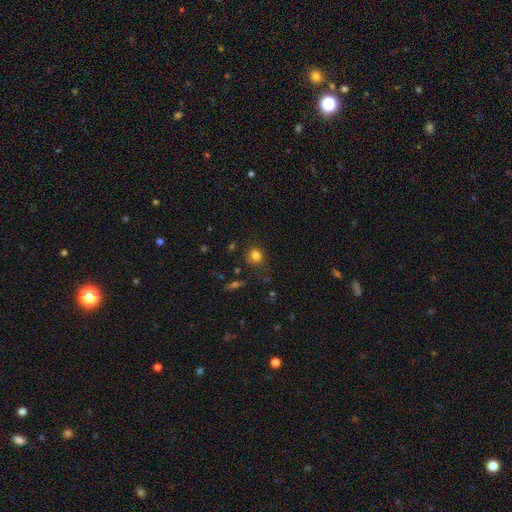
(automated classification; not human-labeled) smooth 81%, star or artifact 12%, featured or disk 7%. Down the decision tree: how rounded — round (73%); merging — none (70%).